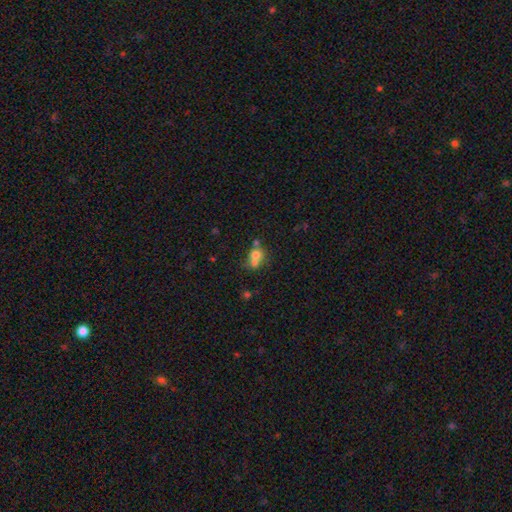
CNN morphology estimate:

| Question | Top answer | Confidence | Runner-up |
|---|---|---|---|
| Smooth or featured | smooth | 67% | featured or disk (19%) |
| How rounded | round | 72% | in between (26%) |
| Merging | merger | 58% | none (30%) |